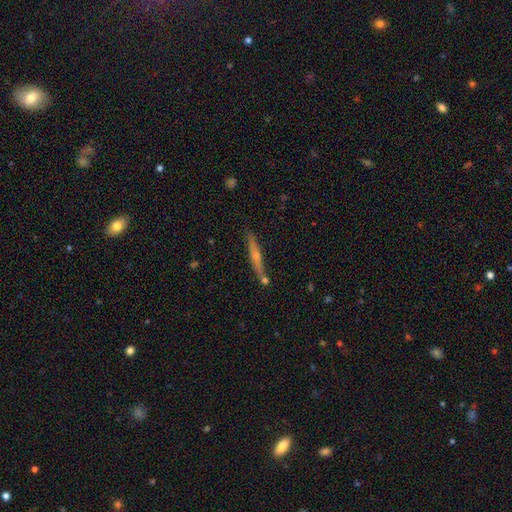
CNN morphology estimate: This appears to be a featured or disk galaxy (53%) viewed edge-on (96%) with a rounded central bulge (59%). Merging: none (79%).